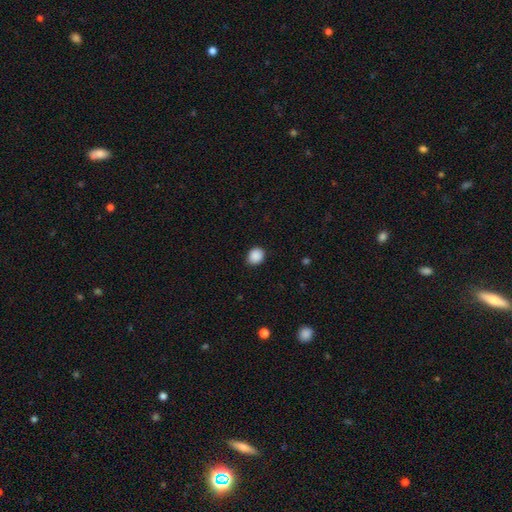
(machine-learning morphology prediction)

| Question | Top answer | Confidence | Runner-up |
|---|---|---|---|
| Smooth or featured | smooth | 89% | star or artifact (8%) |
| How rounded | round | 67% | in between (33%) |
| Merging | none | 89% | minor disturbance (8%) |